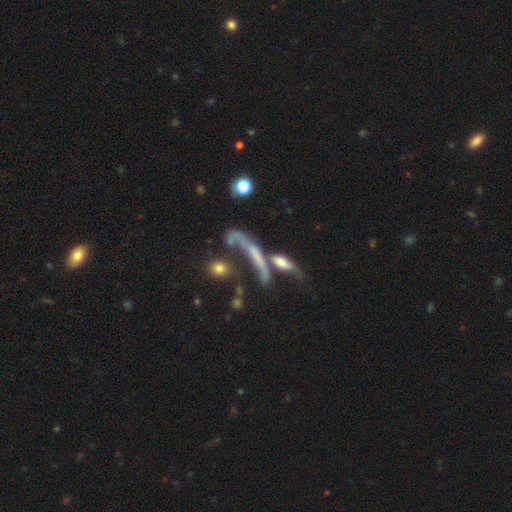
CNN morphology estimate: Smooth or featured: featured or disk — 51% (smooth — 33%)
Edge-on disk: no — 50% (tied with yes — 50%)
Merging: merger — 39% (none — 26%)